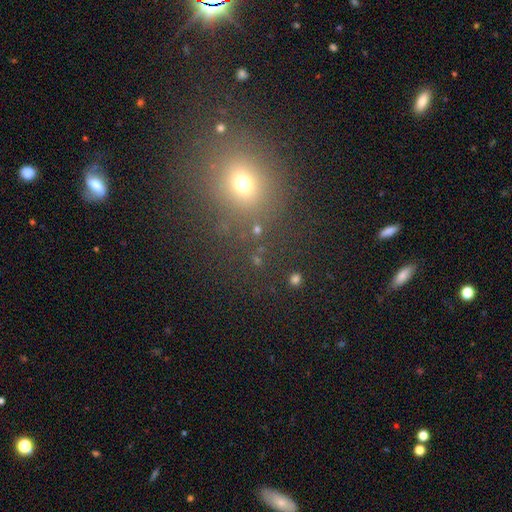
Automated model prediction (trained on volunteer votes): Smooth or featured?
  - smooth: 53% *
  - star or artifact: 37%
  - featured or disk: 10%
How rounded?
  - round: 66% *
  - in between: 32%
  - cigar-shaped: 2%
Merging?
  - none: 81% *
  - minor disturbance: 10%
  - major disturbance: 5%
  - merger: 4%